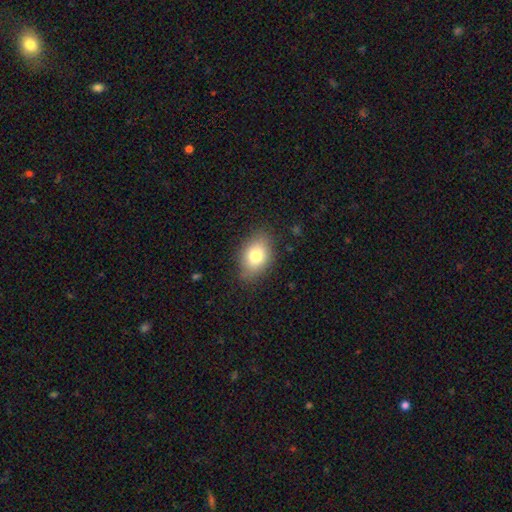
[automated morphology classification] This appears to be a smooth galaxy with no disk features (77%) that is in between round and cigar-shaped (80%). Merging: none (81%).